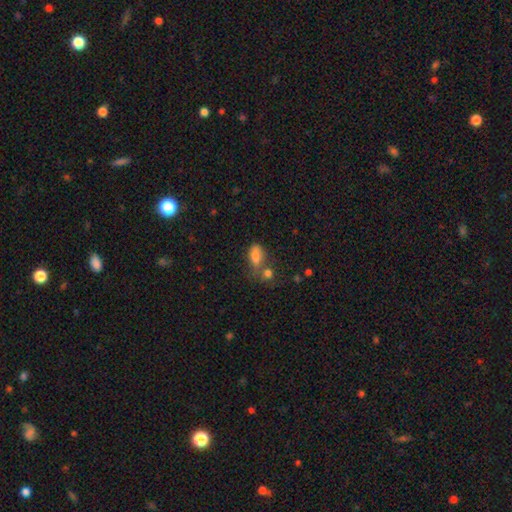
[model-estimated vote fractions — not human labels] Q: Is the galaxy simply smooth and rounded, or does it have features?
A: smooth — 79%.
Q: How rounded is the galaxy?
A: in between — 82%.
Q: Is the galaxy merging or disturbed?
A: none — 45%.